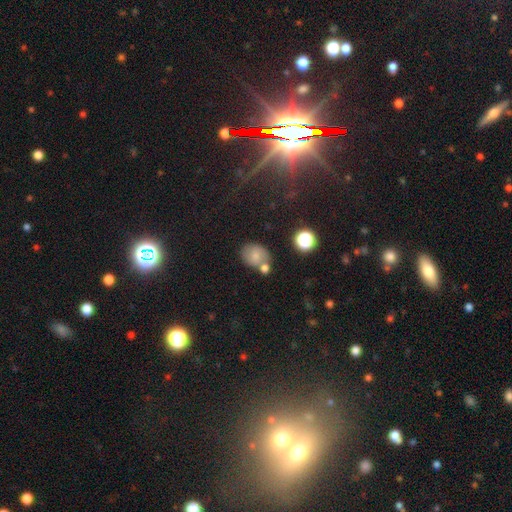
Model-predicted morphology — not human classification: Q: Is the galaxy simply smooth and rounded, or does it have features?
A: smooth — 73%.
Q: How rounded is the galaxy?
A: round — 49%, tied with in between.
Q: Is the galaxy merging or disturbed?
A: none — 55%.